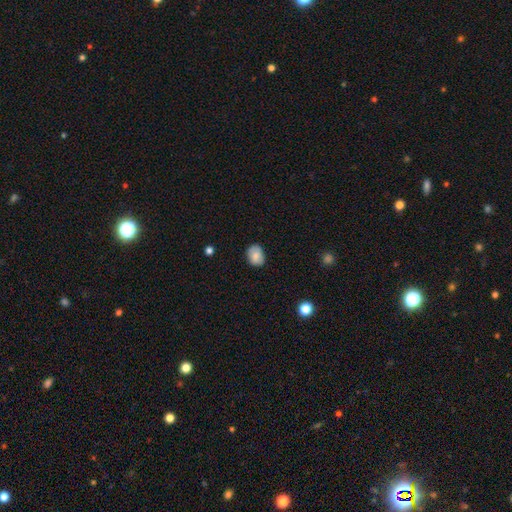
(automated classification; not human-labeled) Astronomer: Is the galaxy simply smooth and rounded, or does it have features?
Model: smooth — 81%.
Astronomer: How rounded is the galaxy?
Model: in between — 62%.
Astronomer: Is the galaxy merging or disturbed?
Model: none — 77%.